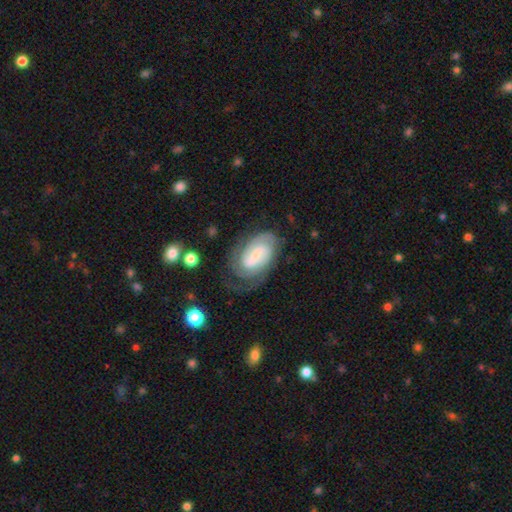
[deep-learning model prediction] Overall: featured or disk (72%). Edge-on disk: no (96%). Bar: weak (45%; no 30%). Spiral arms: yes (93%). Spiral arm count: 2 (56%; can't tell 21%). Spiral winding: tight (51%; medium 37%). Bulge size: small (41%; none 26%). Merging: none (57%; minor disturbance 22%).